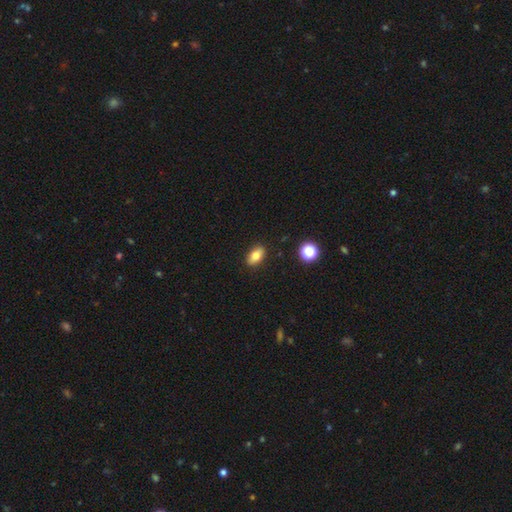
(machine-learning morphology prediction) Smooth or featured: smooth — 79% (featured or disk — 12%)
How rounded: in between — 86% (round — 8%)
Merging: none — 89% (minor disturbance — 8%)